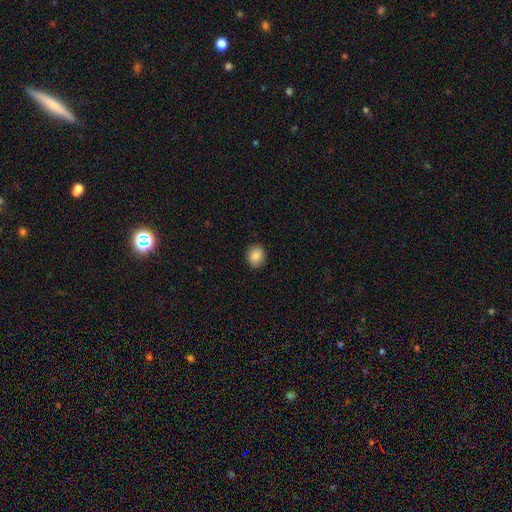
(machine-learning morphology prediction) smooth-or-featured: smooth: 86% | star or artifact: 9% | featured or disk: 6%
  how-rounded: round: 57% | in between: 42% | cigar-shaped: 1%
  merging: none: 89% | minor disturbance: 8% | major disturbance: 2% | merger: 1%